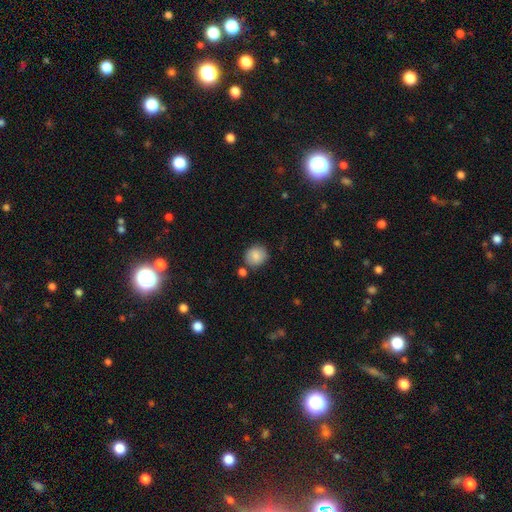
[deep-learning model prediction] Smooth or featured? smooth (86%)
How rounded? round (81%)
Merging? none (77%)